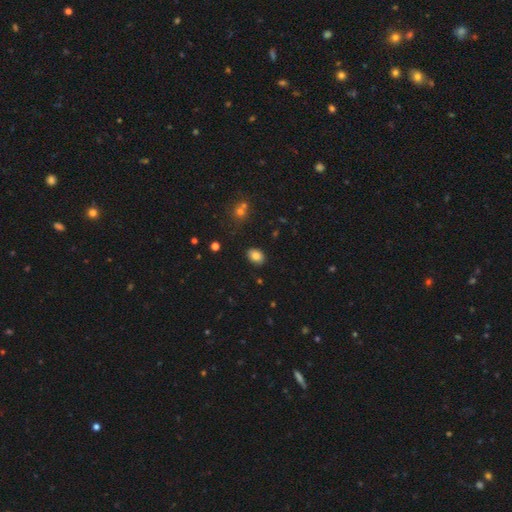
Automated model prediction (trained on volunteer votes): A smooth galaxy with no disk features (83%) that is in between round and cigar-shaped (74%). Merging: none (87%).